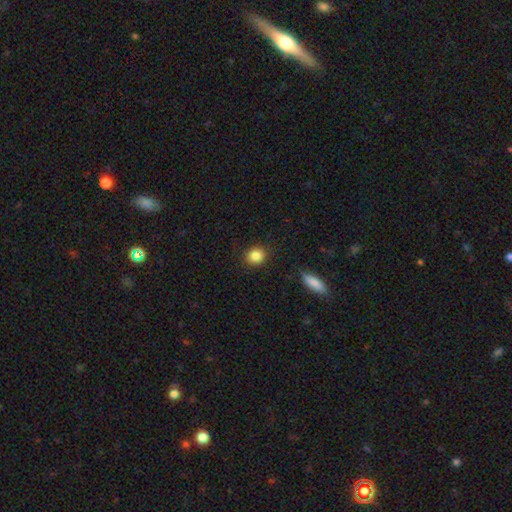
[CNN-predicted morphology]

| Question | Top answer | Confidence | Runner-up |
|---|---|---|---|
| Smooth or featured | smooth | 86% | star or artifact (9%) |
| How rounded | round | 84% | in between (15%) |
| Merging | none | 89% | minor disturbance (7%) |